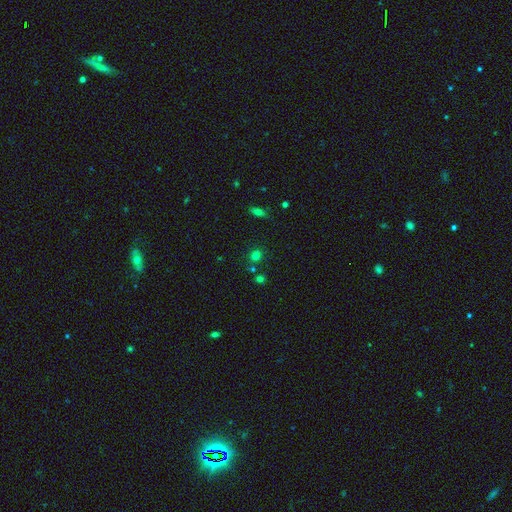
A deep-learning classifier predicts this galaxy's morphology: Smooth or featured?
  - smooth: 70% *
  - star or artifact: 23%
  - featured or disk: 7%
How rounded?
  - round: 83% *
  - in between: 16%
  - cigar-shaped: 1%
Merging?
  - none: 76% *
  - merger: 11%
  - minor disturbance: 10%
  - major disturbance: 3%